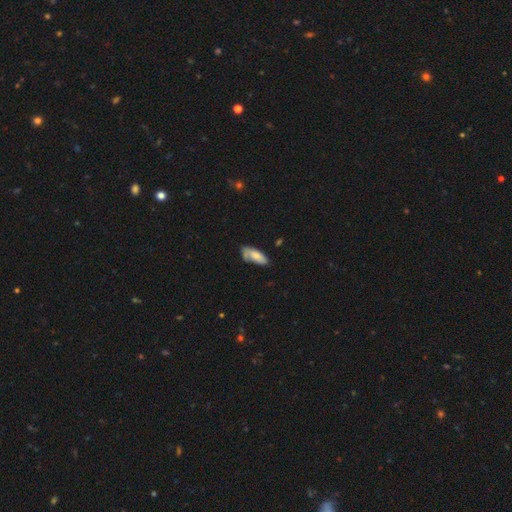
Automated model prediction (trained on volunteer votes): smooth 72%, featured or disk 22%, star or artifact 6%. Down the decision tree: how rounded — in between (77%); merging — none (54%).